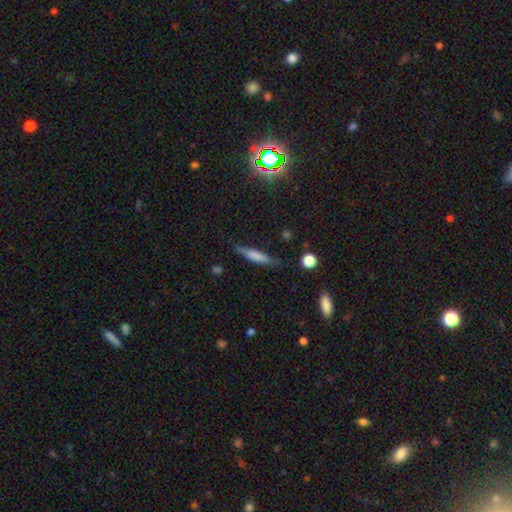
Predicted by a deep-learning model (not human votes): smooth-or-featured: smooth: 58% | featured or disk: 34% | star or artifact: 8%
  how-rounded: cigar-shaped: 81% | in between: 17% | round: 2%
  merging: none: 77% | minor disturbance: 17% | major disturbance: 4% | merger: 2%